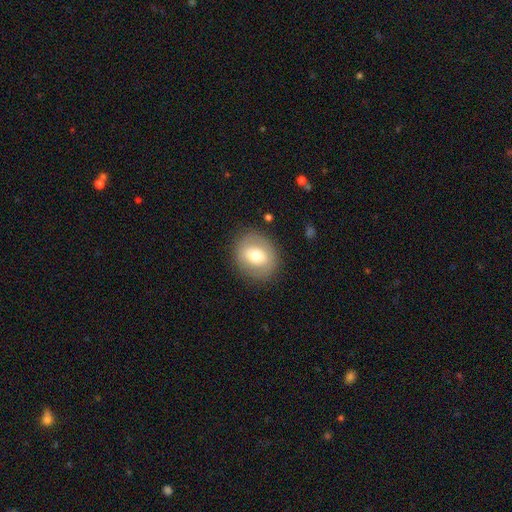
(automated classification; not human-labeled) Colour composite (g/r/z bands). It shows a smooth galaxy with no disk features (64%) that is round (63%). Merging: none (85%).